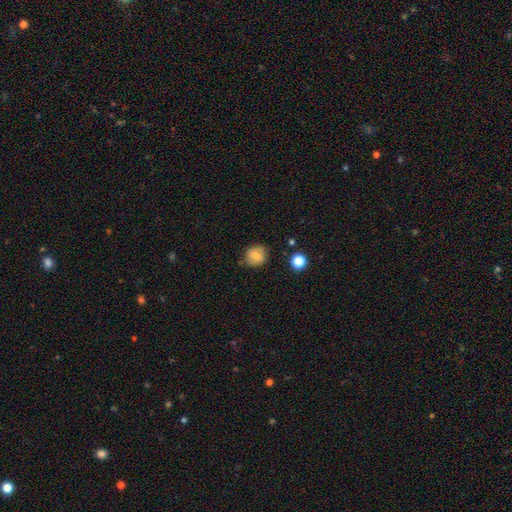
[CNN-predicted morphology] Smooth or featured? smooth (76%)
How rounded? round (80%)
Merging? none (78%)